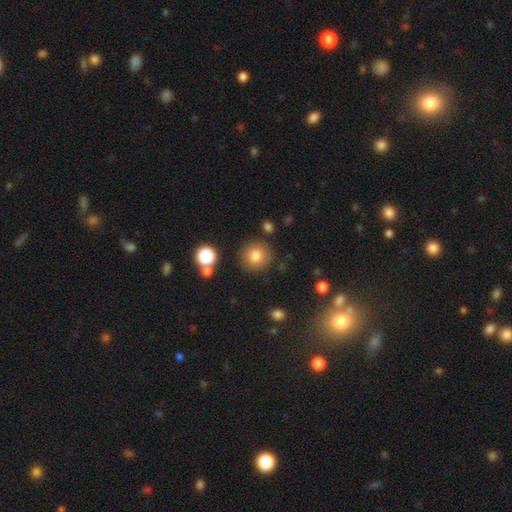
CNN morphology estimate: Smooth or featured?
  - smooth: 80% *
  - star or artifact: 11%
  - featured or disk: 9%
How rounded?
  - round: 94% *
  - in between: 5%
  - cigar-shaped: 1%
Merging?
  - none: 86% *
  - minor disturbance: 8%
  - merger: 4%
  - major disturbance: 3%